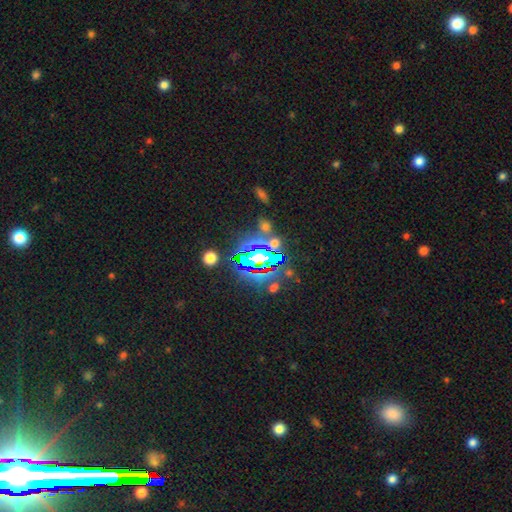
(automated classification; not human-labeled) A star or artifact, not a galaxy (65%).